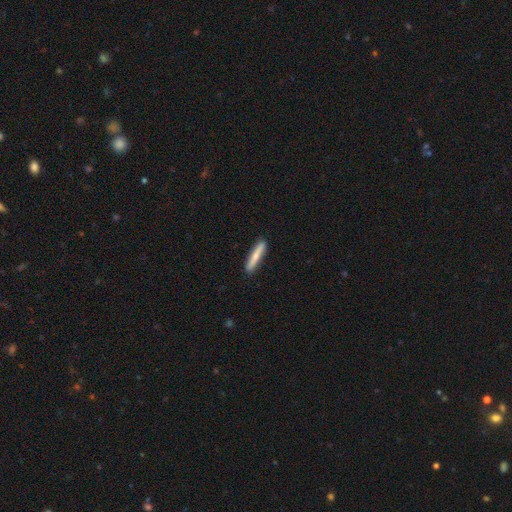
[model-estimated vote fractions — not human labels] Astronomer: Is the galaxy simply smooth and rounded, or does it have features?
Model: smooth — 66%.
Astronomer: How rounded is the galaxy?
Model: cigar-shaped — 92%.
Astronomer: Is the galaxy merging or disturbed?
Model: none — 90%.